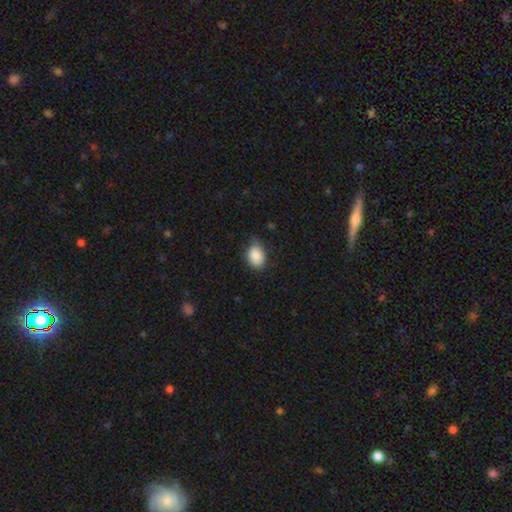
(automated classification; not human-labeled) smooth 88%, star or artifact 7%, featured or disk 5%. Down the decision tree: how rounded — in between (76%); merging — none (58%).